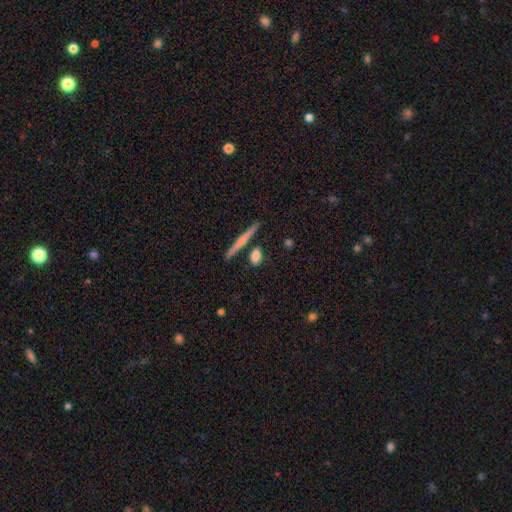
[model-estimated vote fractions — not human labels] A smooth galaxy with no disk features (76%) that is in between round and cigar-shaped (42%). Merging: none (75%).